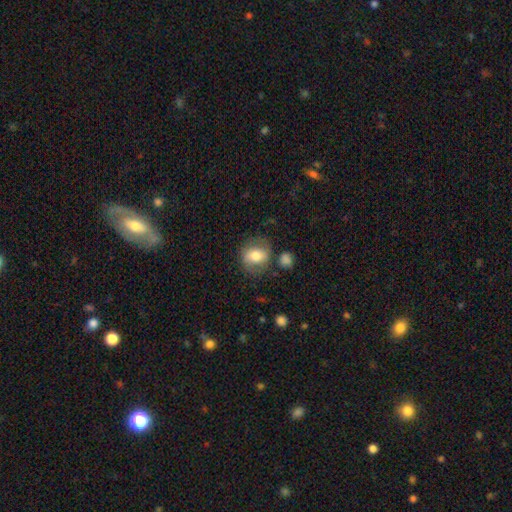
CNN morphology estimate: This is likely a smooth galaxy (66%). How rounded: possibly round (54%). Merging: likely none (69%).